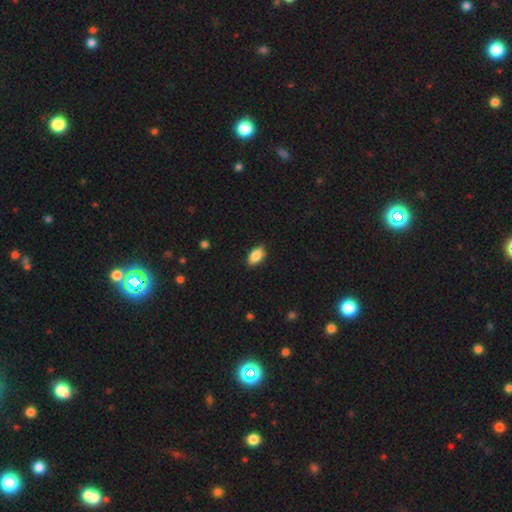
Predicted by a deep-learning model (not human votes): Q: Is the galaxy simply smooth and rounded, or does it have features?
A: smooth — 86%.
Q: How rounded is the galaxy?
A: in between — 91%.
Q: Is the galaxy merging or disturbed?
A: none — 85%.